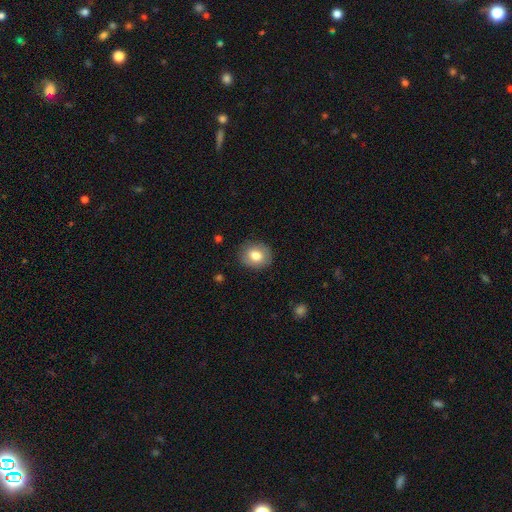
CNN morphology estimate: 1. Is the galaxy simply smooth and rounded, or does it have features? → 79% smooth, 13% featured or disk, 8% star or artifact.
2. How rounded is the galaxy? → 66% round, 33% in between, 1% cigar-shaped.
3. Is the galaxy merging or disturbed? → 86% none, 10% minor disturbance, 3% major disturbance, 1% merger.